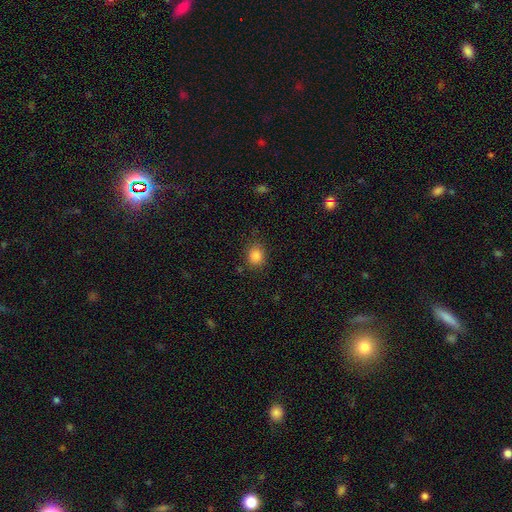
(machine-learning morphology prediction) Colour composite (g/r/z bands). It shows a smooth galaxy with no disk features (85%) that is round (66%). Merging: none (82%).